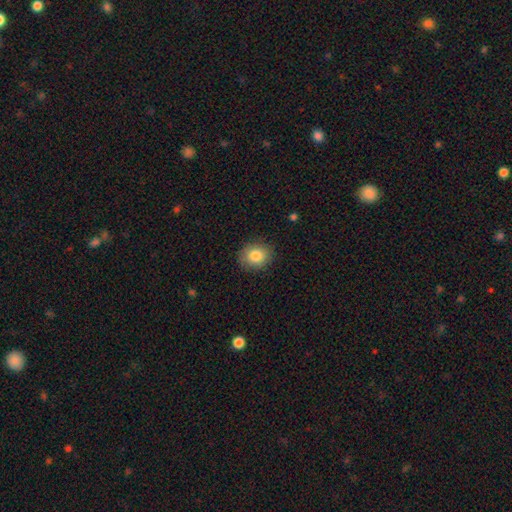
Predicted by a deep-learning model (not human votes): smooth-or-featured: smooth: 83% | star or artifact: 9% | featured or disk: 8%
  how-rounded: round: 68% | in between: 31% | cigar-shaped: 1%
  merging: none: 86% | minor disturbance: 10% | major disturbance: 3% | merger: 1%